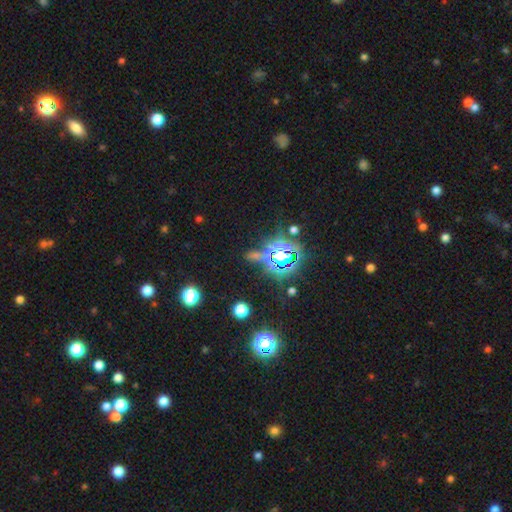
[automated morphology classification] This is likely a star or artifact rather than a galaxy (72%).